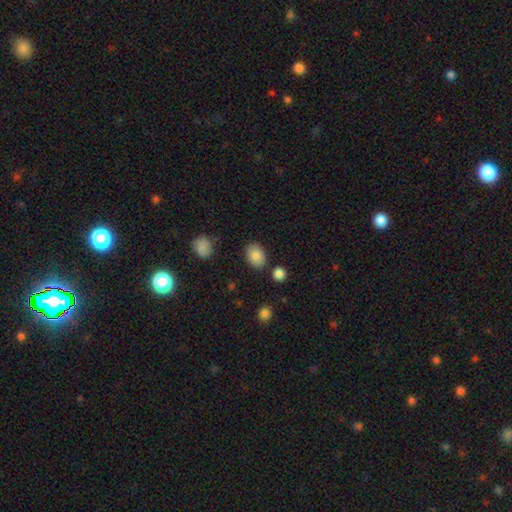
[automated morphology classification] A smooth galaxy with no disk features (85%) that is in between round and cigar-shaped (76%).

Vote fractions:
- Smooth or featured? smooth: 85% / star or artifact: 8% / featured or disk: 7%
- How rounded? in between: 76% / round: 23% / cigar-shaped: 1%
- Merging? none: 82% / minor disturbance: 11% / merger: 4% / major disturbance: 3%